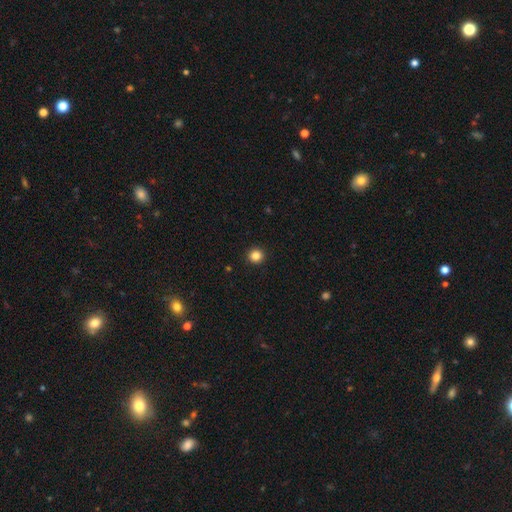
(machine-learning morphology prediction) smooth-or-featured: smooth: 84% | star or artifact: 12% | featured or disk: 4%
  how-rounded: round: 94% | in between: 5% | cigar-shaped: 1%
  merging: none: 94% | minor disturbance: 4% | major disturbance: 1% | merger: 1%